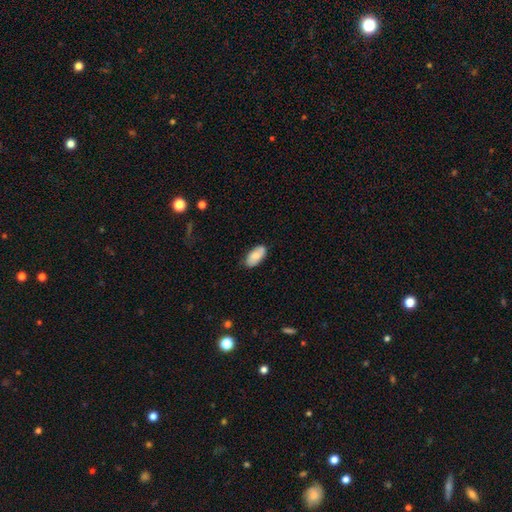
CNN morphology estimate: Overall: smooth (79%). How rounded: in between (93%). Merging: none (84%).